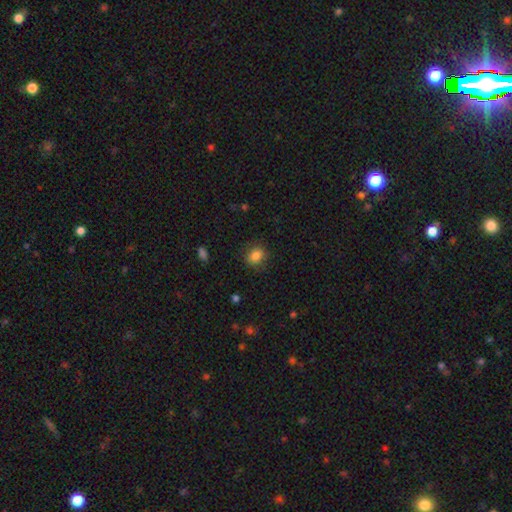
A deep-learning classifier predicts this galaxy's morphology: This appears to be a smooth galaxy with no disk features (84%) that is round (64%). Merging: none (85%).